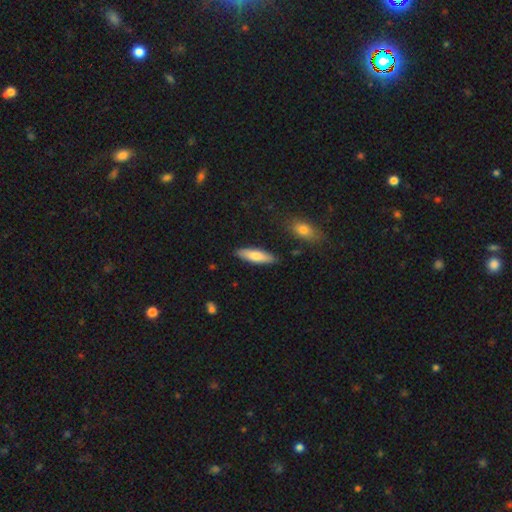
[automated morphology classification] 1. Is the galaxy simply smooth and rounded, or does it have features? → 73% smooth, 21% featured or disk, 6% star or artifact.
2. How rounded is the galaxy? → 57% cigar-shaped, 41% in between, 2% round.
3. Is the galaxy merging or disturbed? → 86% none, 10% minor disturbance, 2% merger, 2% major disturbance.